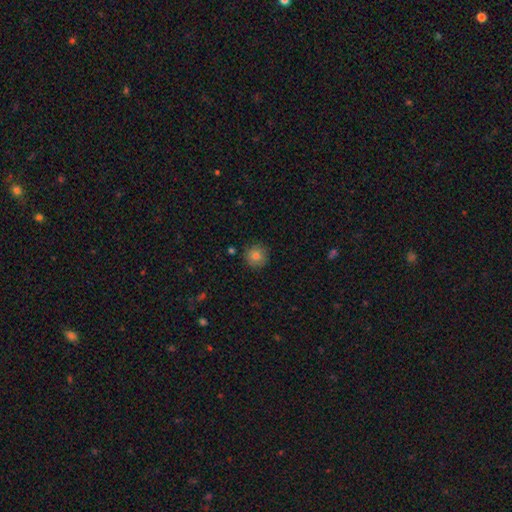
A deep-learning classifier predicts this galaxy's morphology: This appears to be a smooth galaxy with no disk features (82%) that is round (94%). Merging: none (86%).